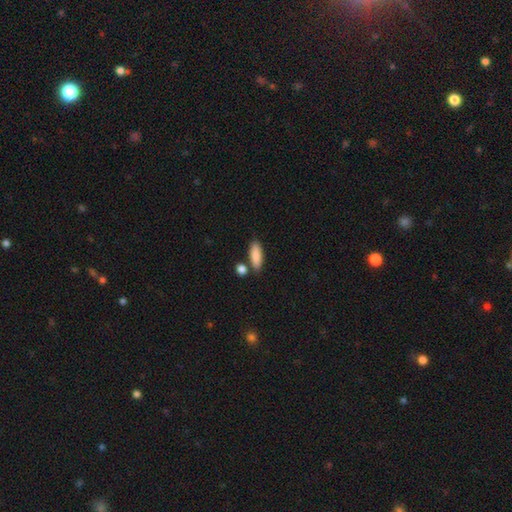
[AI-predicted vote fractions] Smooth or featured? Predicted: smooth (p=0.88). How rounded? Predicted: in between (p=0.65). Merging? Predicted: none (p=0.76).